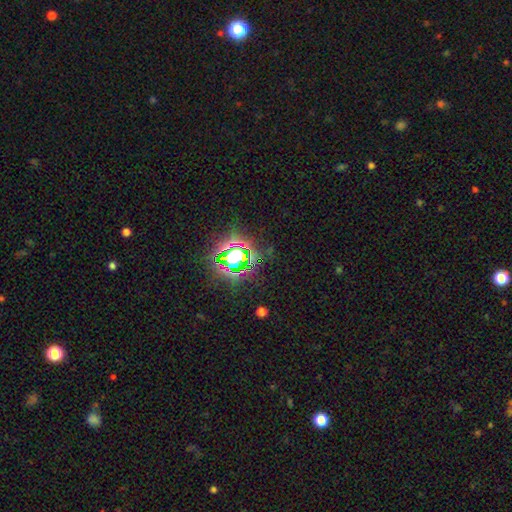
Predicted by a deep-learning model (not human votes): star or artifact 80%, smooth 13%, featured or disk 7%.